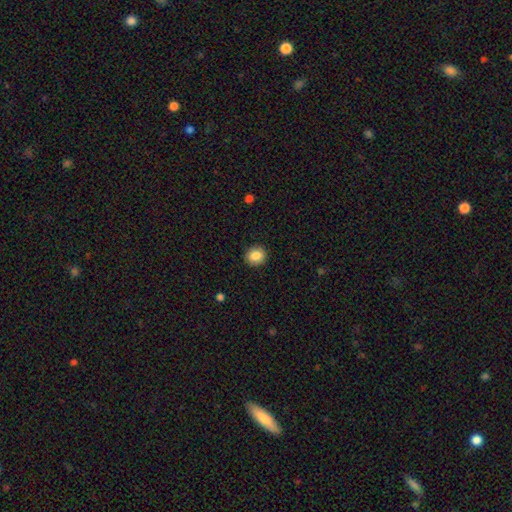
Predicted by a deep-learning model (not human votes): Q: Smooth or featured?
A: smooth (86%); runner-up: star or artifact (9%)
Q: How rounded?
A: round (81%); runner-up: in between (18%)
Q: Merging?
A: none (91%); runner-up: minor disturbance (6%)